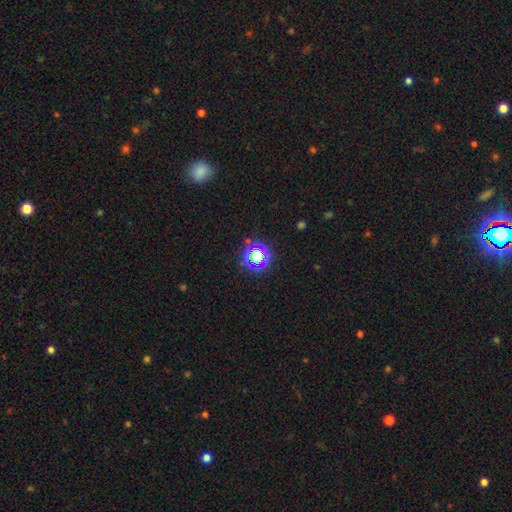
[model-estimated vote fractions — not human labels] The model was most divided on "smooth or featured": star or artifact: 62%, smooth: 27%, featured or disk: 10%.